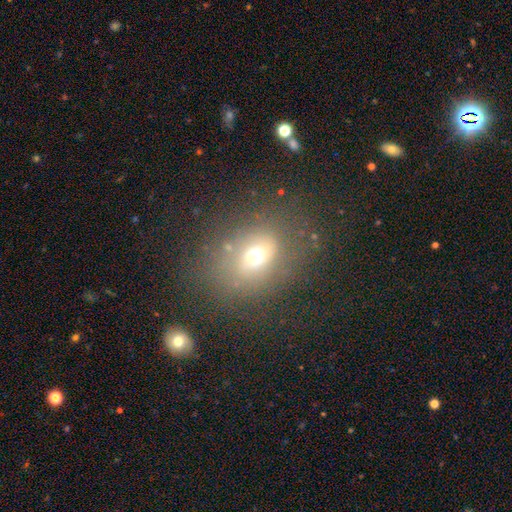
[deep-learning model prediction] Overall: smooth (58%; featured or disk 25%). How rounded: in between (59%; round 40%). Merging: none (68%).